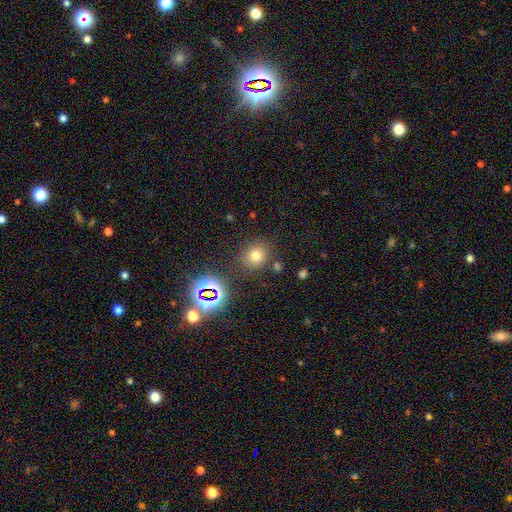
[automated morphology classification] This appears to be a smooth galaxy with no disk features (69%) that is round (78%). Merging: none (82%).